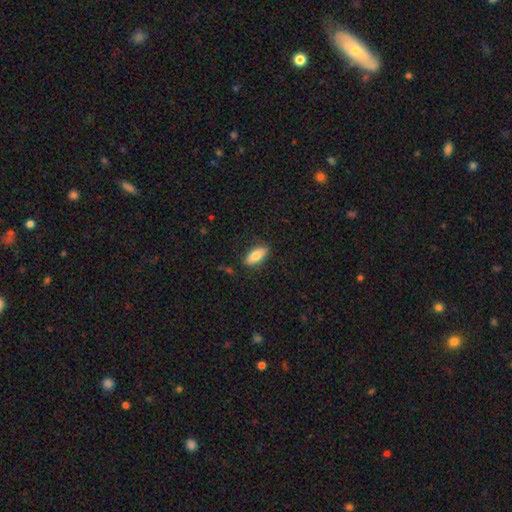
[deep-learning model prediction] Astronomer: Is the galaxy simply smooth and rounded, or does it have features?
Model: smooth — 79%.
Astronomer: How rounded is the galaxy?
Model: in between — 80%.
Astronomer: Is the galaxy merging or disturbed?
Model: none — 86%.